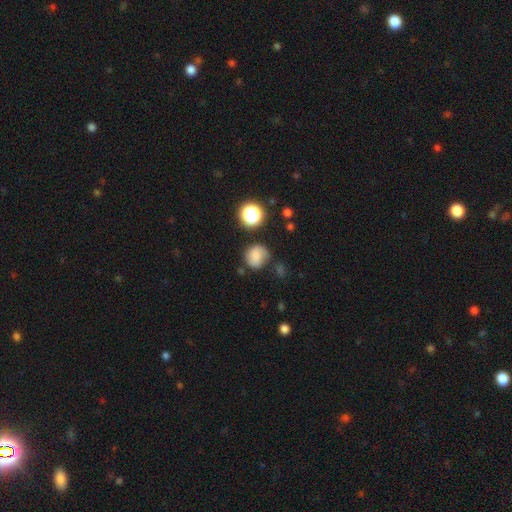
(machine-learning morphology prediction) Q: Smooth or featured?
A: smooth (75%); runner-up: star or artifact (14%)
Q: How rounded?
A: round (80%); runner-up: in between (19%)
Q: Merging?
A: none (63%); runner-up: minor disturbance (23%)